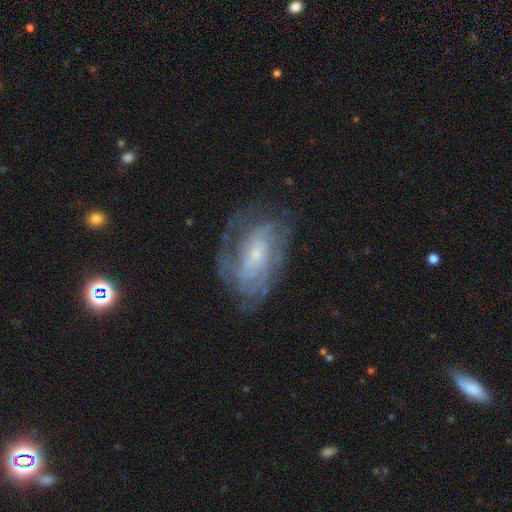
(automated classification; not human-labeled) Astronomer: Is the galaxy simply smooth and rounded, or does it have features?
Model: featured or disk — 82%.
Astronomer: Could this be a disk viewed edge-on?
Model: no — 96%.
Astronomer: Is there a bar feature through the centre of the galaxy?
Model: no — 54% (runner-up: weak, 36%).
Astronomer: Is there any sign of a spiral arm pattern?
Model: yes — 90%.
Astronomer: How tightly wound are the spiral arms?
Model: tight — 51% (runner-up: medium, 37%).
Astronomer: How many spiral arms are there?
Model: can't tell — 41% (runner-up: 2, 20%).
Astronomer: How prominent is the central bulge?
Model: small — 73%.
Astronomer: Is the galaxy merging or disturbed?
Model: none — 67%.